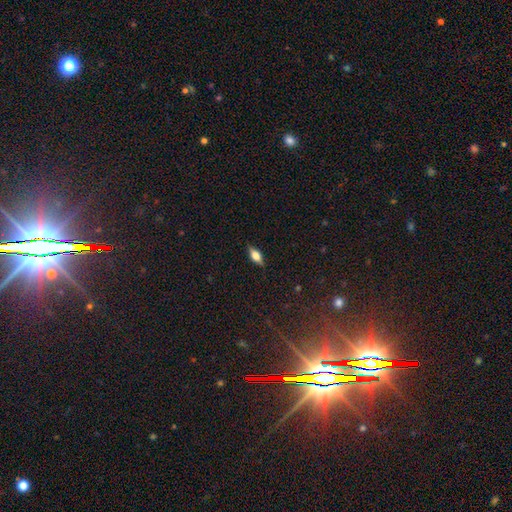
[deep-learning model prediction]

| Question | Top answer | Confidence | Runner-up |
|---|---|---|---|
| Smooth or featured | smooth | 48% | featured or disk (43%) |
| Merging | none | 87% | minor disturbance (10%) |